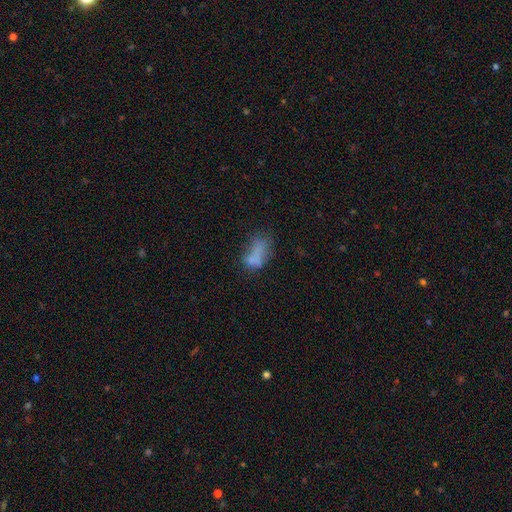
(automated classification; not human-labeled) A smooth galaxy with no disk features (61%) that is in between round and cigar-shaped (83%).

Vote fractions:
- Smooth or featured? smooth: 61% / featured or disk: 25% / star or artifact: 14%
- How rounded? in between: 83% / cigar-shaped: 9% / round: 8%
- Merging? none: 32% / major disturbance: 29% / minor disturbance: 23% / merger: 16%